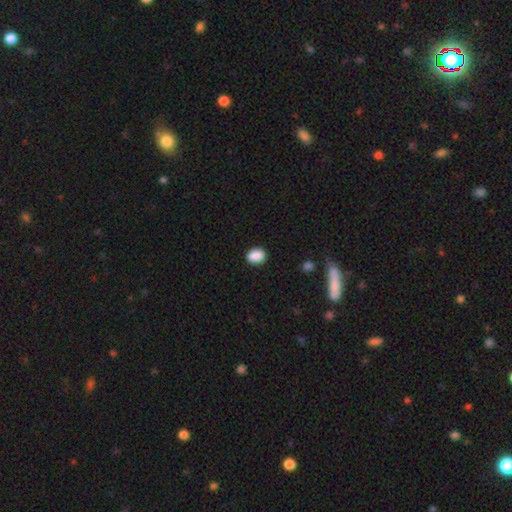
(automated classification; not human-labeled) smooth 89%, star or artifact 8%, featured or disk 3%. Down the decision tree: how rounded — in between (69%); merging — none (87%).